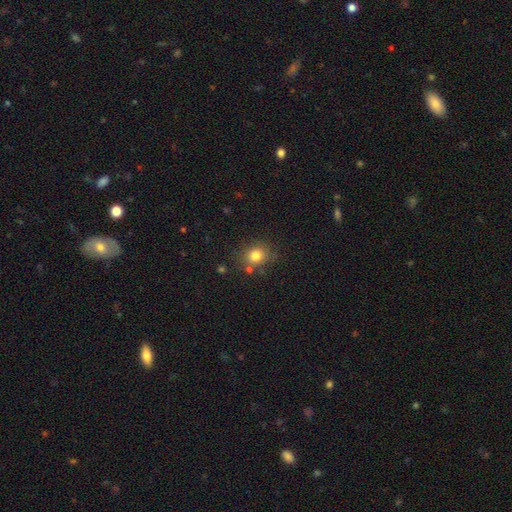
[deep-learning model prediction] Smooth or featured? smooth (80%)
How rounded? round (73%)
Merging? none (75%)